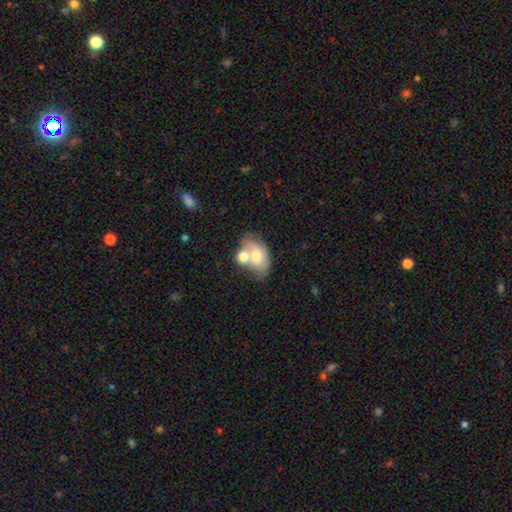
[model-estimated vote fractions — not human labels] Overall: smooth (60%; featured or disk 33%). How rounded: in between (79%). Merging: merger (60%; none 22%).